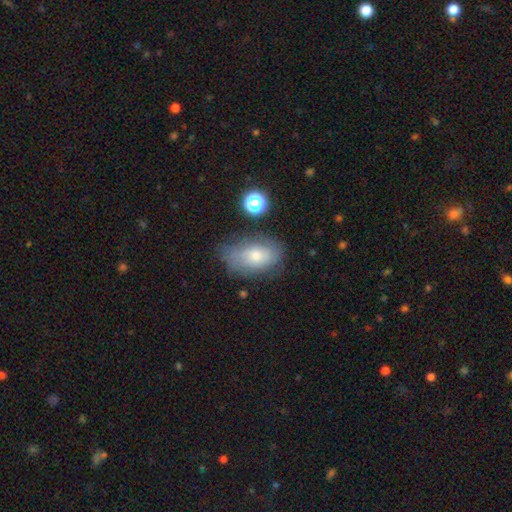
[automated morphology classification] smooth-or-featured: smooth: 63% | featured or disk: 27% | star or artifact: 9%
  how-rounded: in between: 88% | round: 10% | cigar-shaped: 2%
  merging: none: 58% | minor disturbance: 27% | major disturbance: 11% | merger: 4%